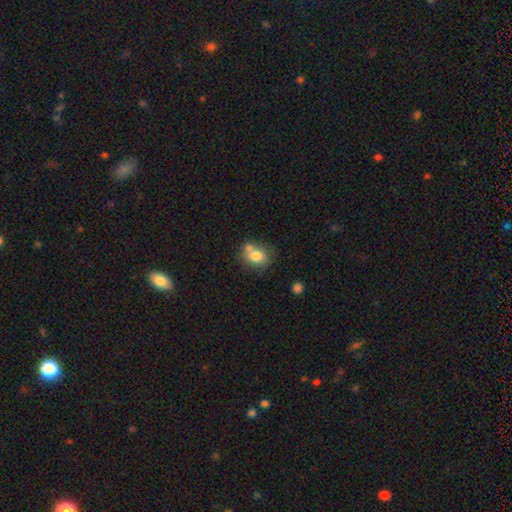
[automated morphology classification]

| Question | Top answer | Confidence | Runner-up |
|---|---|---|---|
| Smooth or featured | smooth | 76% | featured or disk (14%) |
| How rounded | in between | 51% | round (48%) |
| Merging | none | 49% | merger (32%) |